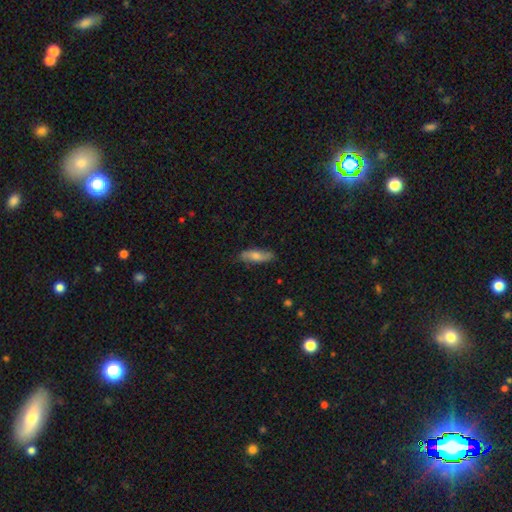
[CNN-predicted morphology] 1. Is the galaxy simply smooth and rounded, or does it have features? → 57% smooth, 36% featured or disk, 7% star or artifact.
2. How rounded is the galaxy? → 53% in between, 45% cigar-shaped, 3% round.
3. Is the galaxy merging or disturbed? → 82% none, 14% minor disturbance, 3% major disturbance, 1% merger.